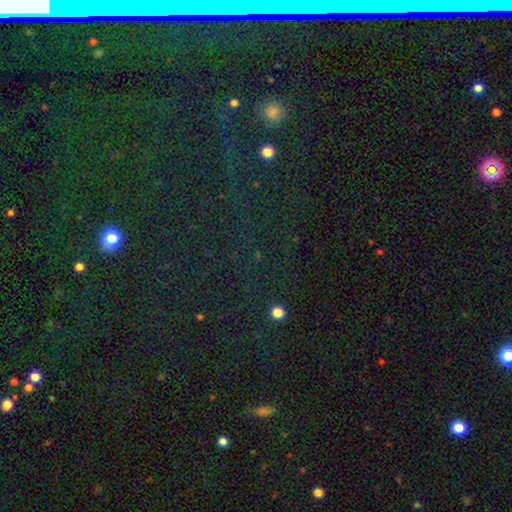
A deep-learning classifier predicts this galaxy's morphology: smooth-or-featured: star or artifact: 78% | smooth: 14% | featured or disk: 8%